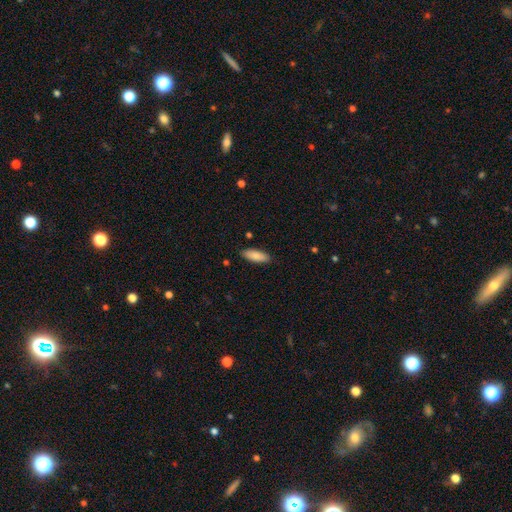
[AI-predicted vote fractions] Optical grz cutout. It shows a smooth galaxy with no disk features (85%) that is in between round and cigar-shaped (69%). Merging: none (88%).